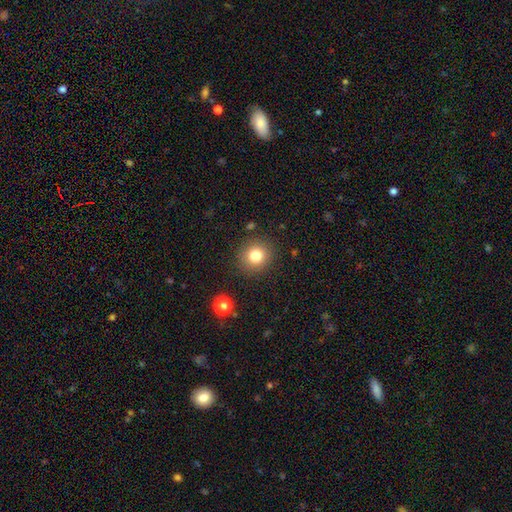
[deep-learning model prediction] A smooth galaxy with no disk features (79%) that is round (88%).

Vote fractions:
- Smooth or featured? smooth: 79% / star or artifact: 13% / featured or disk: 8%
- How rounded? round: 88% / in between: 11% / cigar-shaped: 1%
- Merging? none: 88% / minor disturbance: 7% / major disturbance: 3% / merger: 2%